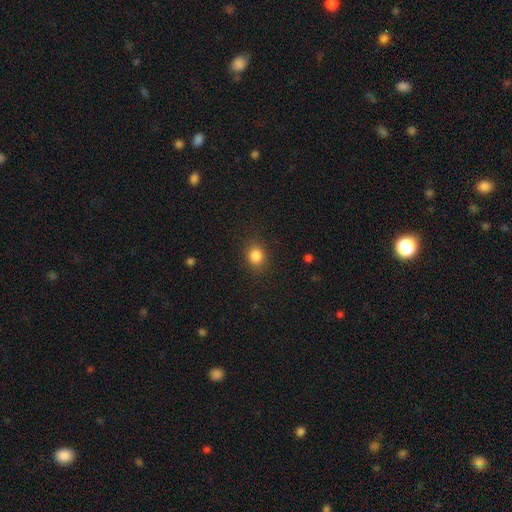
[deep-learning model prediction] Smooth or featured?
  - smooth: 84% *
  - star or artifact: 11%
  - featured or disk: 5%
How rounded?
  - round: 69% *
  - in between: 30%
  - cigar-shaped: 1%
Merging?
  - none: 87% *
  - minor disturbance: 9%
  - major disturbance: 3%
  - merger: 1%